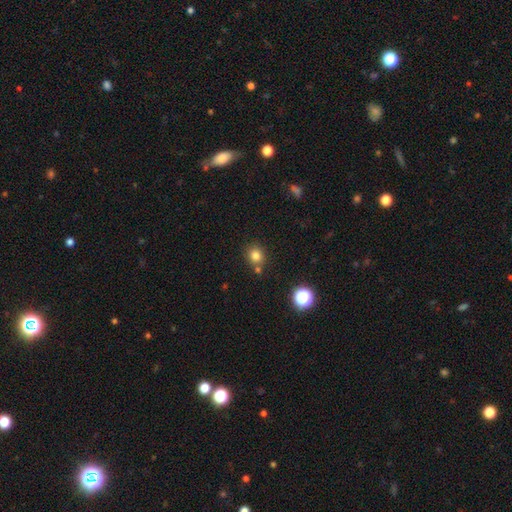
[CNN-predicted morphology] A smooth galaxy with no disk features (79%) that is round (80%). Merging: none (74%).